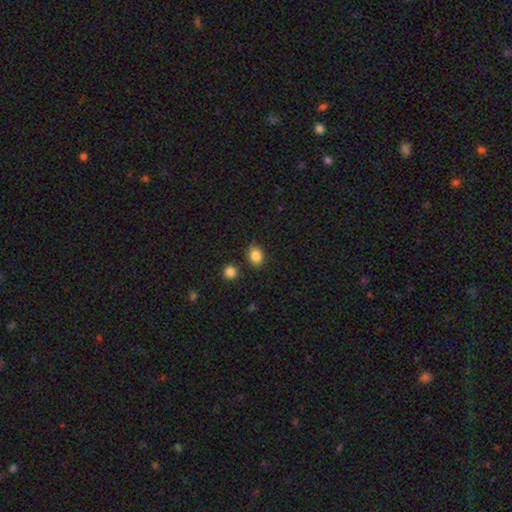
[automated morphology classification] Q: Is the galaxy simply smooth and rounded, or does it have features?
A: smooth — 86%.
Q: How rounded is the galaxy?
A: in between — 53%.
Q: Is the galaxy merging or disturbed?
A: none — 83%.